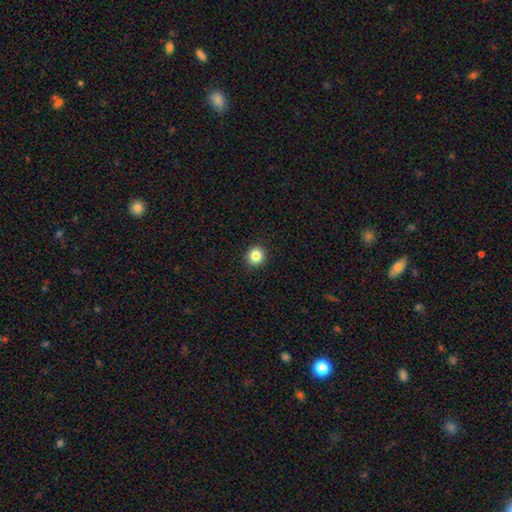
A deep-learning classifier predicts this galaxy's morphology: Smooth or featured: smooth — 84% (star or artifact — 11%)
How rounded: round — 92% (in between — 7%)
Merging: none — 93% (minor disturbance — 4%)